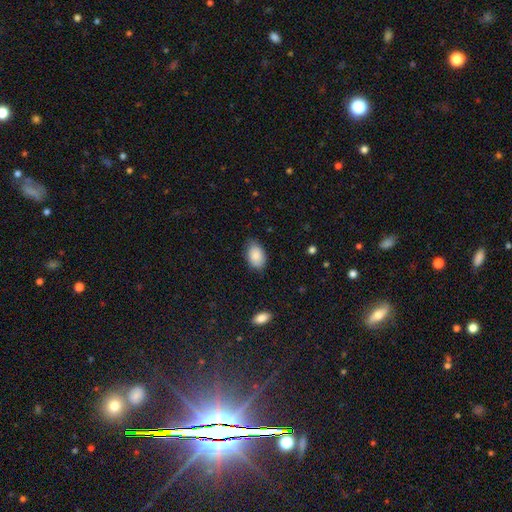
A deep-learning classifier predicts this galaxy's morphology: This appears to be a smooth galaxy with no disk features (87%) that is in between round and cigar-shaped (91%). Merging: none (76%).